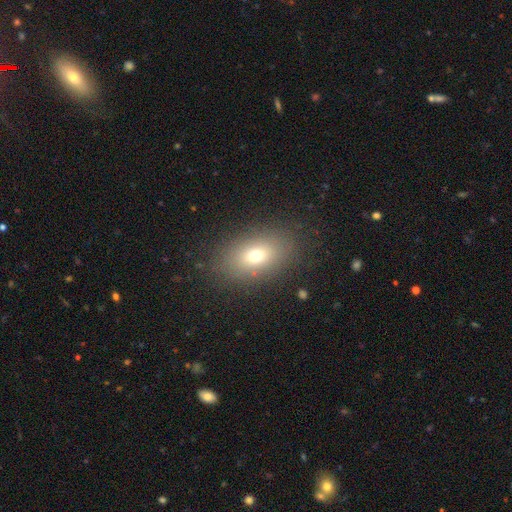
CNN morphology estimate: Smooth or featured? Predicted: smooth (p=0.71). How rounded? Predicted: in between (p=0.84). Merging? Predicted: none (p=0.85).